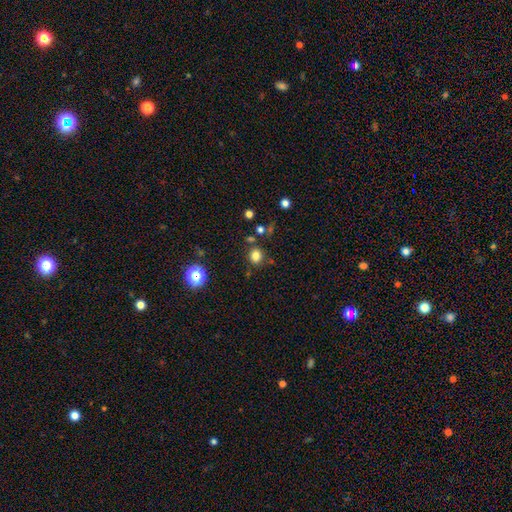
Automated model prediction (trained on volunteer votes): This appears to be a smooth galaxy with no disk features (80%) that is round (74%). Merging: none (80%).